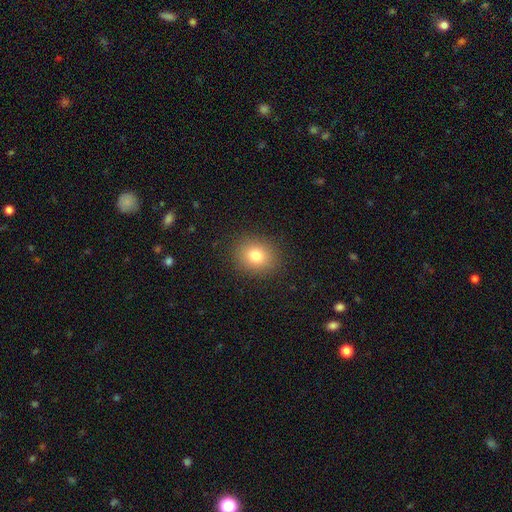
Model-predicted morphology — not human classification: Smooth or featured? Predicted: smooth (p=0.79). How rounded? Predicted: round (p=0.69). Merging? Predicted: none (p=0.89).